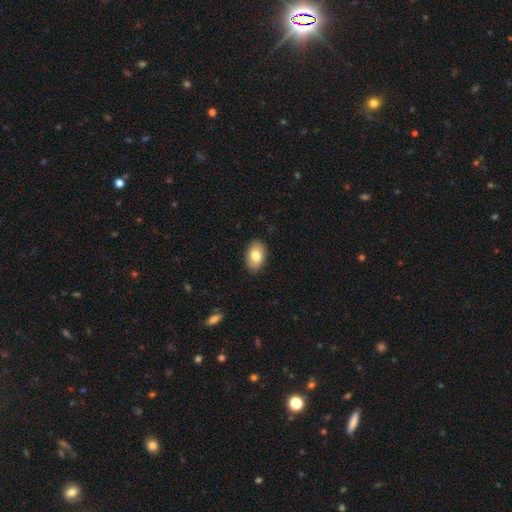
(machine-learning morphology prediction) Overall: smooth (80%). How rounded: in between (89%). Merging: none (87%).